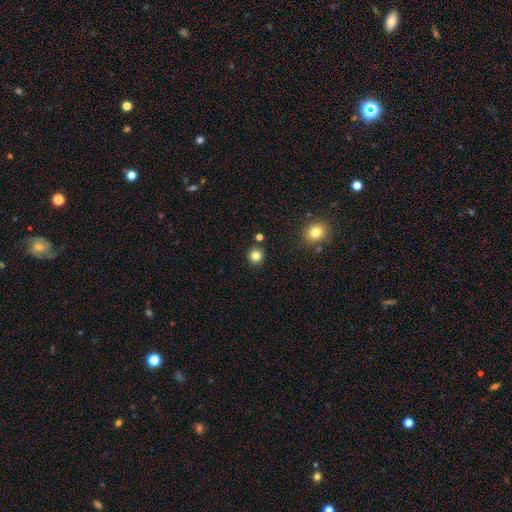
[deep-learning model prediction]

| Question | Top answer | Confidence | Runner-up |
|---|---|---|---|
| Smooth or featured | smooth | 83% | star or artifact (12%) |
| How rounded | round | 93% | in between (6%) |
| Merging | none | 88% | minor disturbance (6%) |